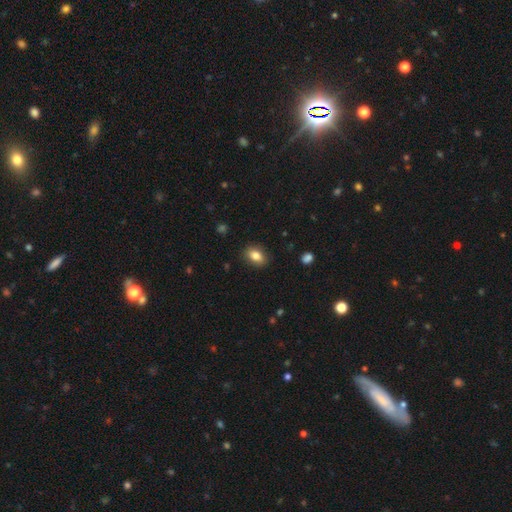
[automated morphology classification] This appears to be a smooth galaxy with no disk features (83%) that is in between round and cigar-shaped (80%). Merging: none (87%).